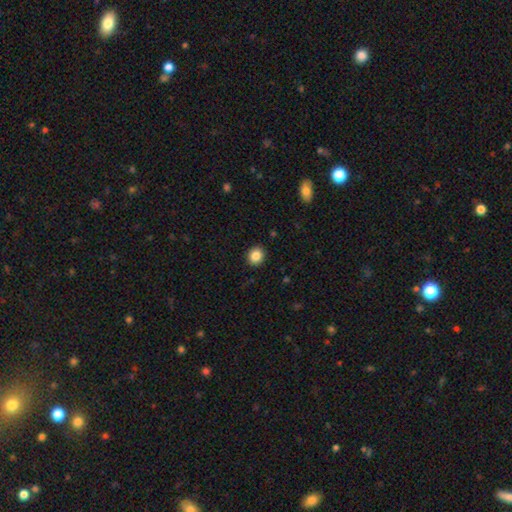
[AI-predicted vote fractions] This is clearly a smooth galaxy (86%). How rounded: likely round (74%). Merging: clearly none (91%).